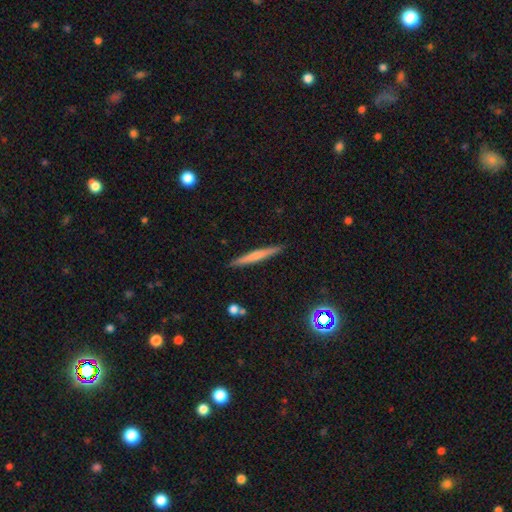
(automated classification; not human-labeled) This is possibly a smooth galaxy (54%). How rounded: clearly cigar-shaped (96%). Merging: clearly none (91%).